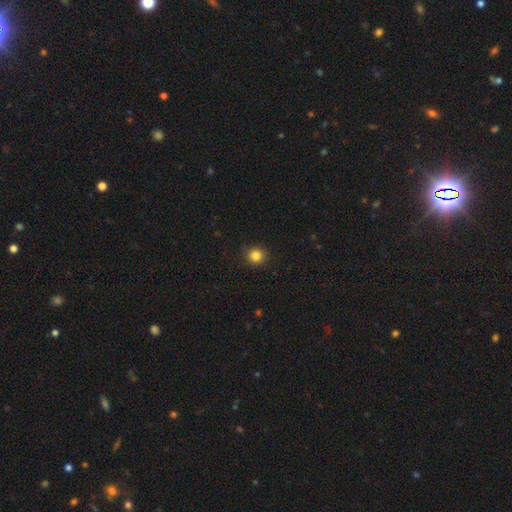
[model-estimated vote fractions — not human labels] smooth-or-featured: smooth: 84% | star or artifact: 12% | featured or disk: 4%
  how-rounded: round: 90% | in between: 9% | cigar-shaped: 1%
  merging: none: 89% | minor disturbance: 8% | major disturbance: 2% | merger: 1%